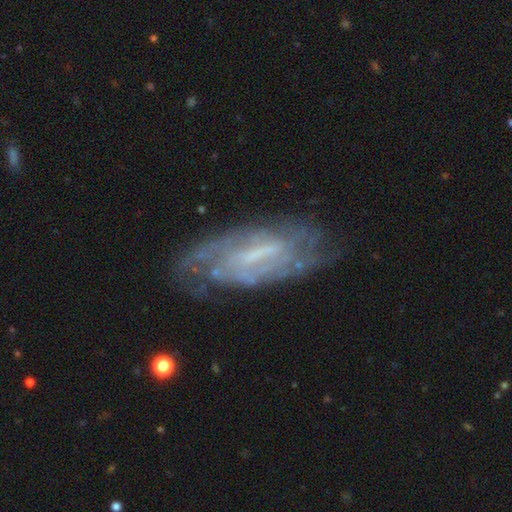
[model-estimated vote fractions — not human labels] Smooth or featured? Predicted: featured or disk (p=0.79). Edge-on disk? Predicted: no (p=0.88). Bar? Predicted: weak (p=0.44). Spiral arms? Predicted: yes (p=0.81). Spiral winding? Predicted: tight (p=0.53). Spiral arm count? Predicted: can't tell (p=0.53). Bulge size? Predicted: small (p=0.39). Merging? Predicted: none (p=0.69).